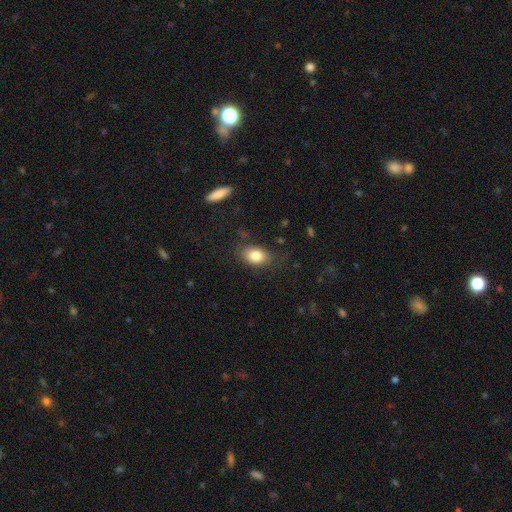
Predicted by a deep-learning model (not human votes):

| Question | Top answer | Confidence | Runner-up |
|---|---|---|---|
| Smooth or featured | smooth | 82% | featured or disk (10%) |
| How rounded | in between | 81% | round (18%) |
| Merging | none | 75% | minor disturbance (17%) |